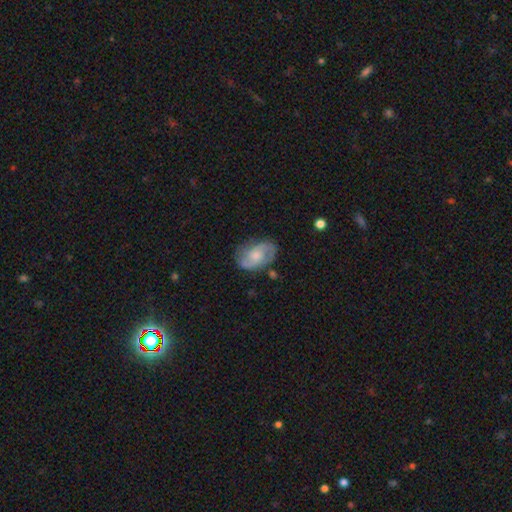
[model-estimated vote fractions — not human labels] The model was most divided on "bulge size": small: 42%, moderate: 38%, none: 13%, large: 6%, dominant: 1%. More confident: edge-on disk — no (97%); spiral arms — yes (93%); spiral arm count — 2 (85%); smooth or featured — featured or disk (74%); merging — none (72%); bar — no (61%); spiral winding — medium (51%).